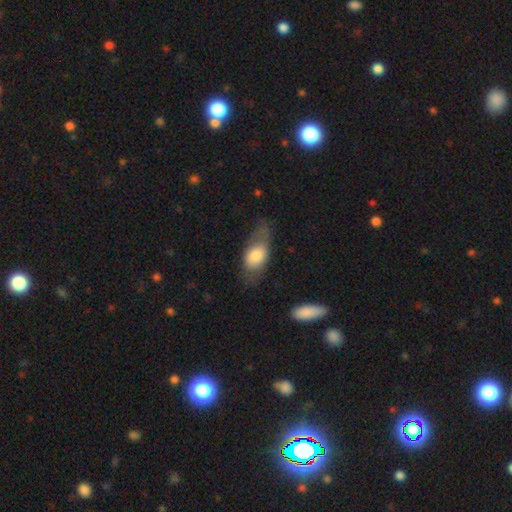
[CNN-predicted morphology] Smooth or featured? smooth (68%)
How rounded? in between (86%)
Merging? none (56%)